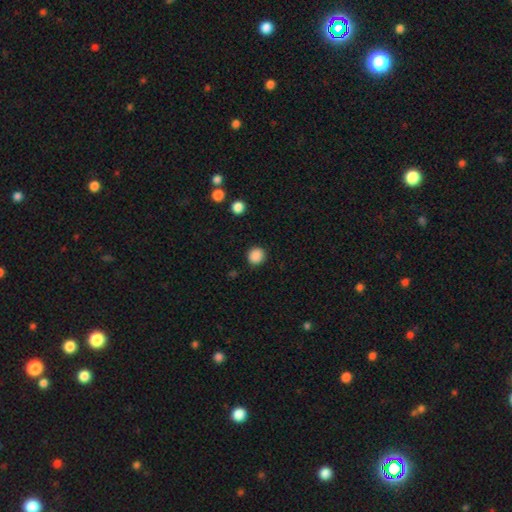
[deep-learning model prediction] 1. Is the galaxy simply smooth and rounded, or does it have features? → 88% smooth, 10% star or artifact, 2% featured or disk.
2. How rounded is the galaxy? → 87% round, 12% in between, 1% cigar-shaped.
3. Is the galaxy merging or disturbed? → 89% none, 7% minor disturbance, 2% major disturbance, 1% merger.